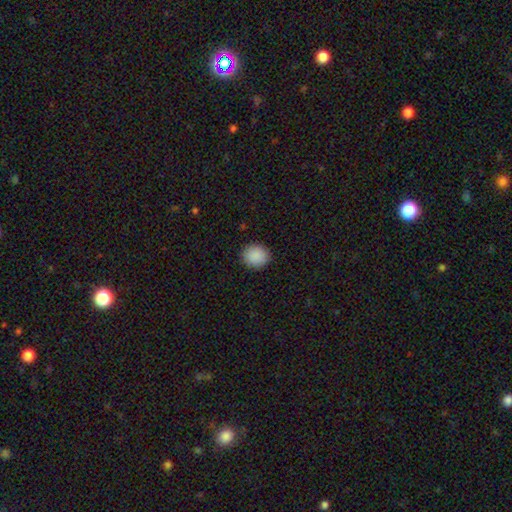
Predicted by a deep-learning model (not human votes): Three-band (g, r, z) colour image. It shows a smooth galaxy with no disk features (89%) that is round (79%). Merging: none (91%).